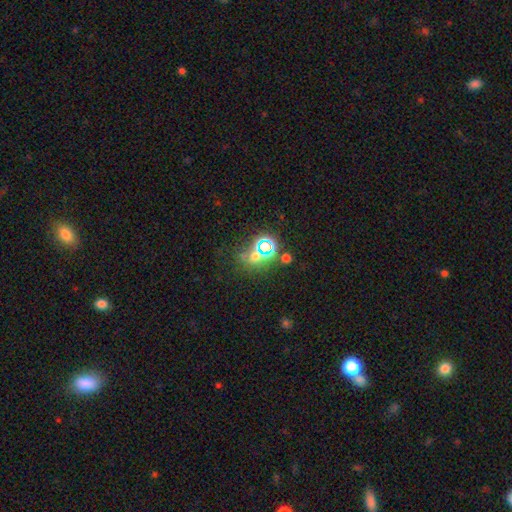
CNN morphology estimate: Smooth or featured?
  - star or artifact: 56% *
  - smooth: 33%
  - featured or disk: 11%